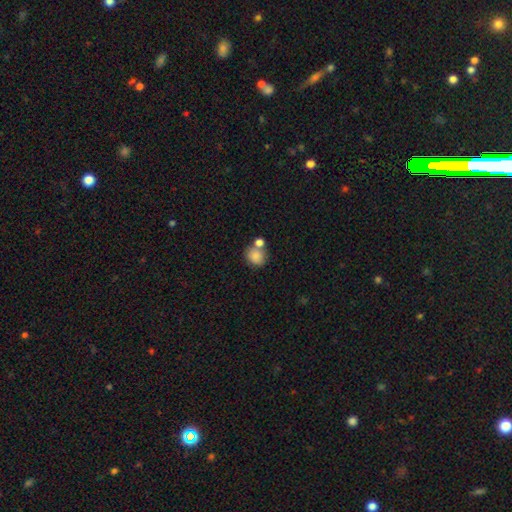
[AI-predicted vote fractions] Smooth or featured? Predicted: smooth (p=0.84). How rounded? Predicted: round (p=0.75). Merging? Predicted: none (p=0.53).